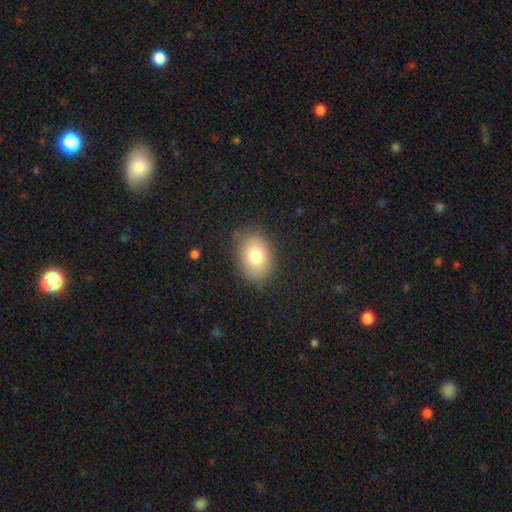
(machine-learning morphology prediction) smooth_or_featured: smooth (p=0.78) [alt: featured or disk p=0.13]
how_rounded: in between (p=0.75) [alt: round p=0.24]
merging: none (p=0.83) [alt: minor disturbance p=0.12]